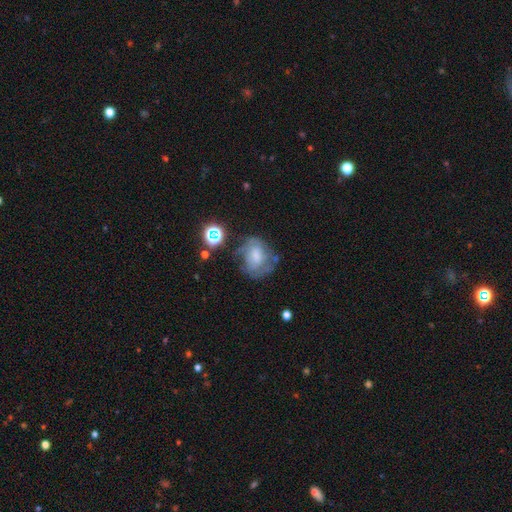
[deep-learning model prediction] Smooth or featured? Predicted: featured or disk (p=0.51). Edge-on disk? Predicted: no (p=0.97). Merging? Predicted: none (p=0.49).